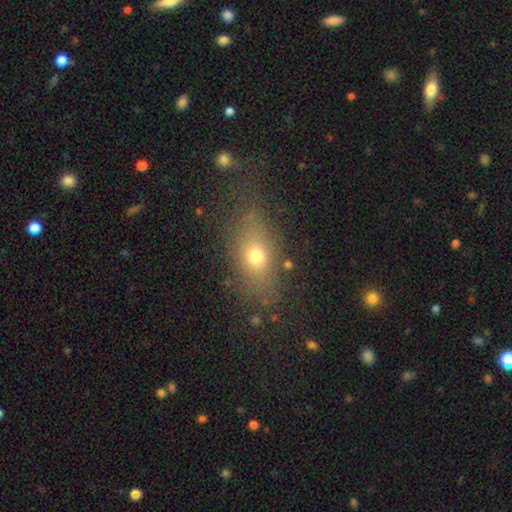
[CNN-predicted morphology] A smooth galaxy with no disk features (67%) that is in between round and cigar-shaped (72%). Merging: none (73%).